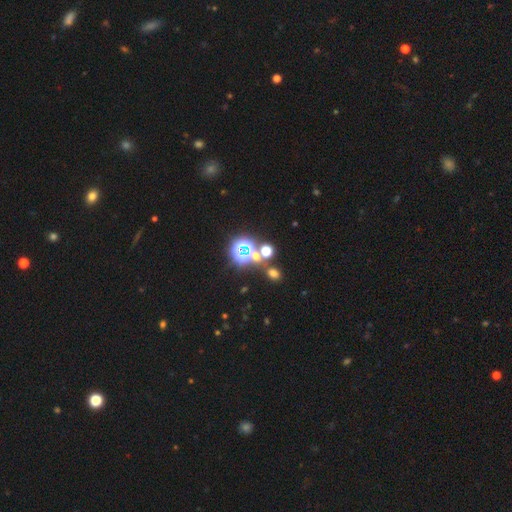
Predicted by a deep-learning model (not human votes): Smooth or featured? Predicted: star or artifact (p=0.51).